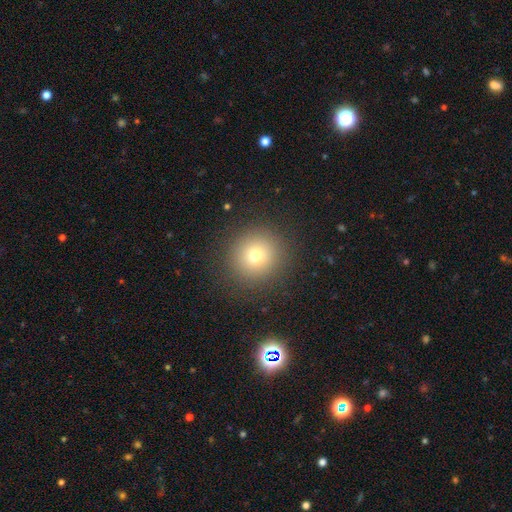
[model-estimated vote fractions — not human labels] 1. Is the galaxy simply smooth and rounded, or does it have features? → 72% smooth, 16% star or artifact, 12% featured or disk.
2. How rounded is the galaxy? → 93% round, 6% in between, 1% cigar-shaped.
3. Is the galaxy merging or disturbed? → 89% none, 6% minor disturbance, 3% major disturbance, 1% merger.